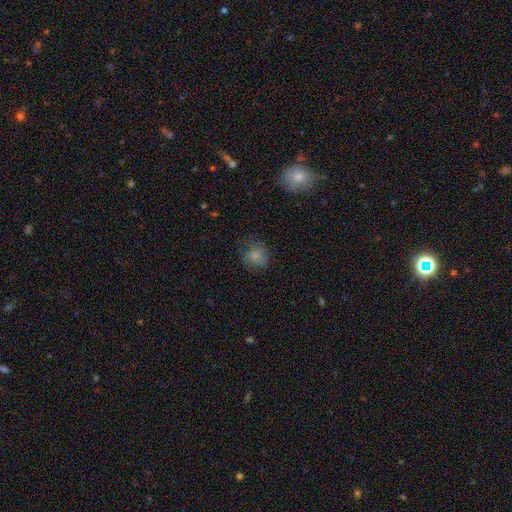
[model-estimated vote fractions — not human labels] smooth_or_featured: smooth (p=0.80) [alt: star or artifact p=0.11]
how_rounded: round (p=0.79) [alt: in between p=0.20]
merging: none (p=0.68) [alt: minor disturbance p=0.21]